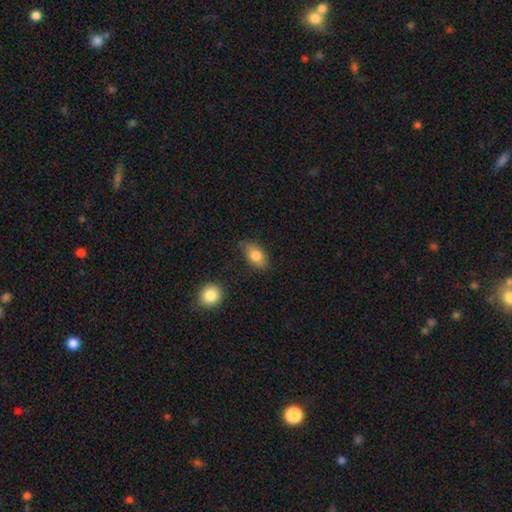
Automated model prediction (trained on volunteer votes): smooth-or-featured: smooth: 81% | featured or disk: 11% | star or artifact: 8%
  how-rounded: in between: 87% | round: 10% | cigar-shaped: 3%
  merging: none: 69% | minor disturbance: 23% | major disturbance: 5% | merger: 3%